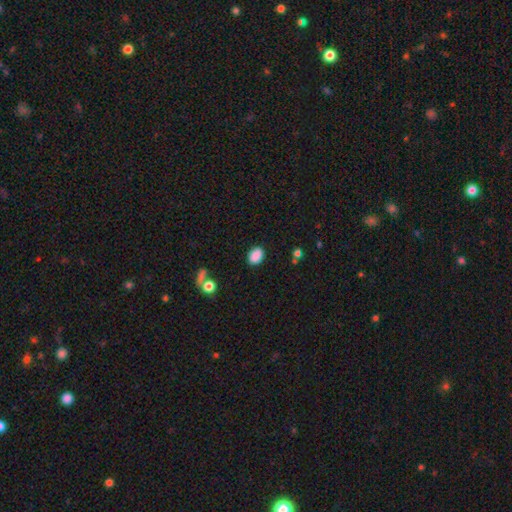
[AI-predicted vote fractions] Morphology: type=smooth (88%); roundness=in between (78%); merging=none (86%).